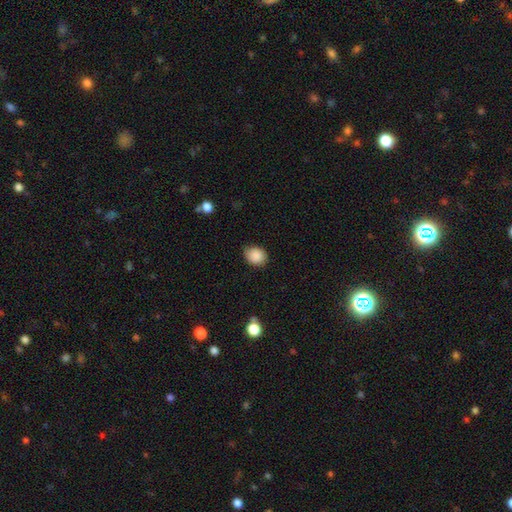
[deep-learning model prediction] smooth 87%, star or artifact 8%, featured or disk 4%. Down the decision tree: how rounded — round (60%); merging — none (74%).